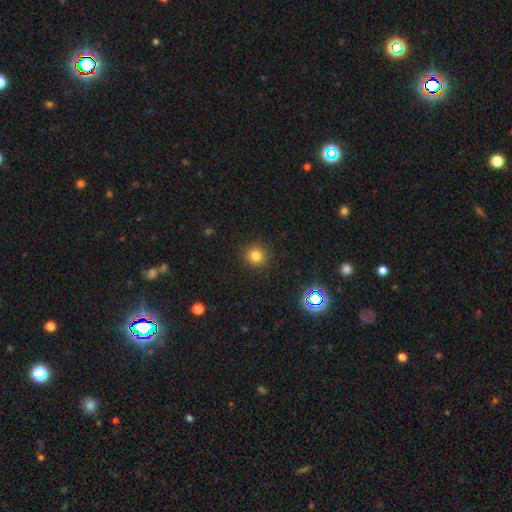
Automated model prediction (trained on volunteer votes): smooth-or-featured: smooth: 80% | star or artifact: 15% | featured or disk: 5%
  how-rounded: round: 93% | in between: 6% | cigar-shaped: 1%
  merging: none: 91% | minor disturbance: 6% | major disturbance: 2% | merger: 1%